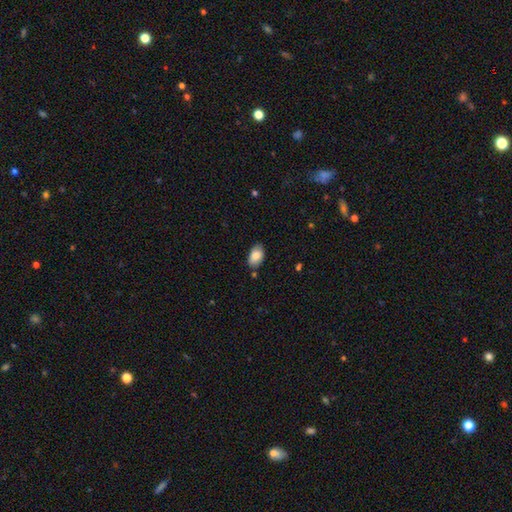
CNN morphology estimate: Smooth or featured: smooth — 83% (featured or disk — 10%)
How rounded: in between — 93% (round — 6%)
Merging: none — 79% (minor disturbance — 16%)